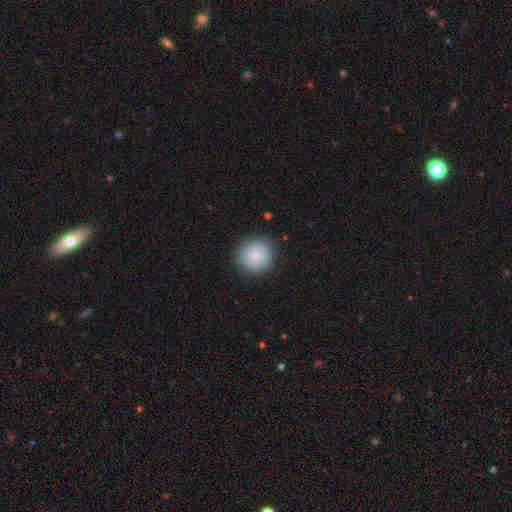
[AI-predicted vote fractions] Smooth or featured?
  - smooth: 84% *
  - featured or disk: 8%
  - star or artifact: 7%
How rounded?
  - round: 91% *
  - in between: 8%
  - cigar-shaped: 1%
Merging?
  - none: 83% *
  - minor disturbance: 12%
  - major disturbance: 4%
  - merger: 1%